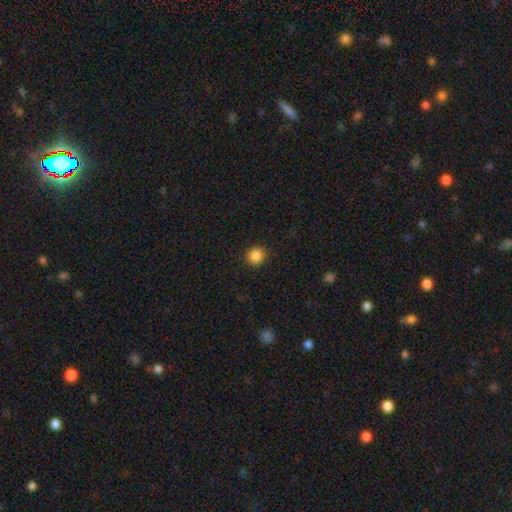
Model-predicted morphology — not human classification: Smooth or featured?
  - smooth: 86% *
  - star or artifact: 10%
  - featured or disk: 3%
How rounded?
  - round: 92% *
  - in between: 7%
  - cigar-shaped: 1%
Merging?
  - none: 92% *
  - minor disturbance: 5%
  - major disturbance: 2%
  - merger: 1%